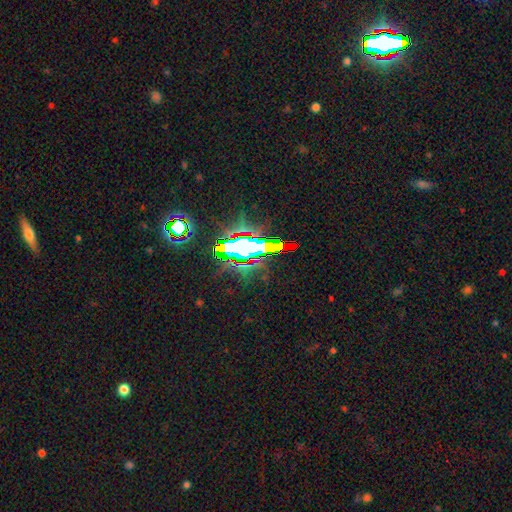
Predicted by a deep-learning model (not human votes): Smooth or featured: star or artifact — 65% (featured or disk — 19%)